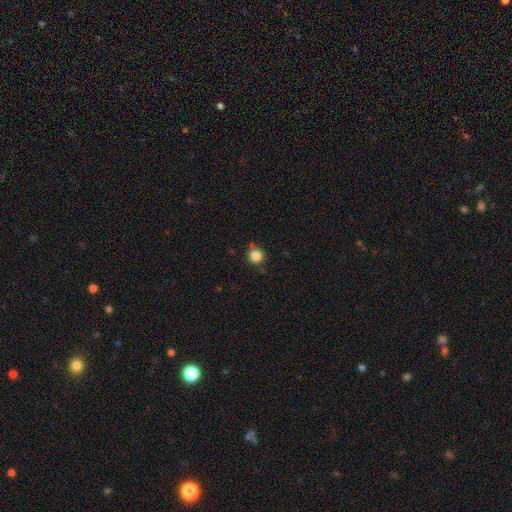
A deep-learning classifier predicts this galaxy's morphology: Smooth or featured: smooth — 84% (star or artifact — 12%)
How rounded: round — 94% (in between — 5%)
Merging: none — 83% (minor disturbance — 10%)